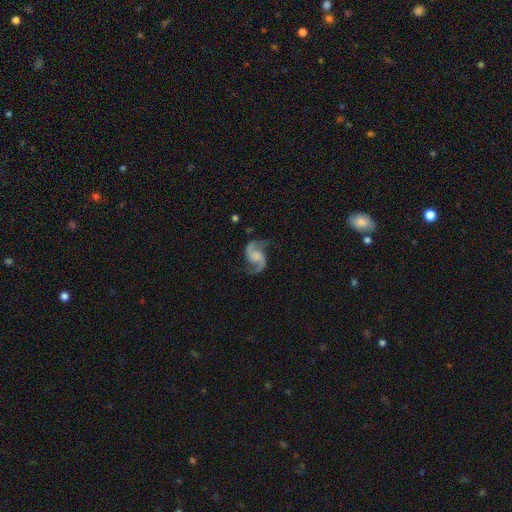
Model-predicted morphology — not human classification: The model was most divided on "spiral winding" (2-way tie): medium: 46%, loose: 46%, tight: 8%. Remaining: edge-on disk — no (98%); spiral arms — yes (98%); spiral arm count — 2 (94%); smooth or featured — featured or disk (91%); merging — none (78%); bar — no (59%); bulge size — none (35%).